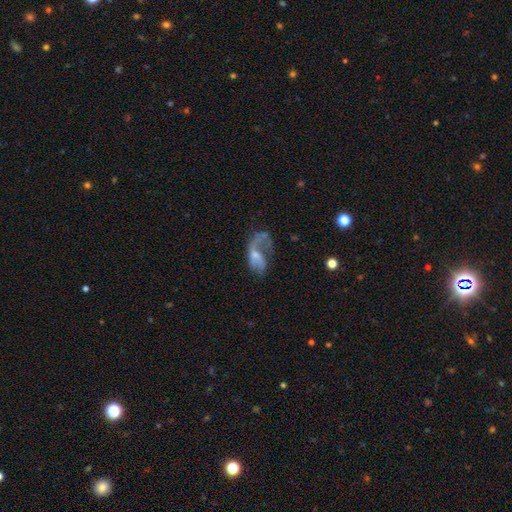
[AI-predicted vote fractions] This is likely a featured or disk galaxy (61%). It is clearly not viewed edge-on (96%). Bar: likely no (67%). Spiral arm pattern: likely yes (62%). Central bulge: possibly small (49%). Merging: possibly major disturbance (51%).